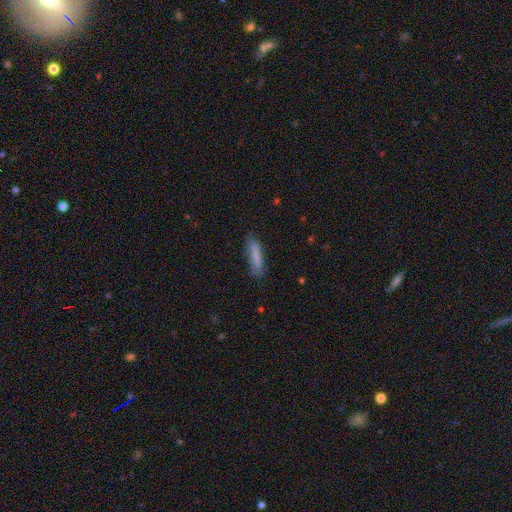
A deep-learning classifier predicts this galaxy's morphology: The model was most divided on "how rounded": cigar-shaped: 75%, in between: 24%, round: 1%. More confident: smooth or featured — smooth (79%); merging — none (77%).